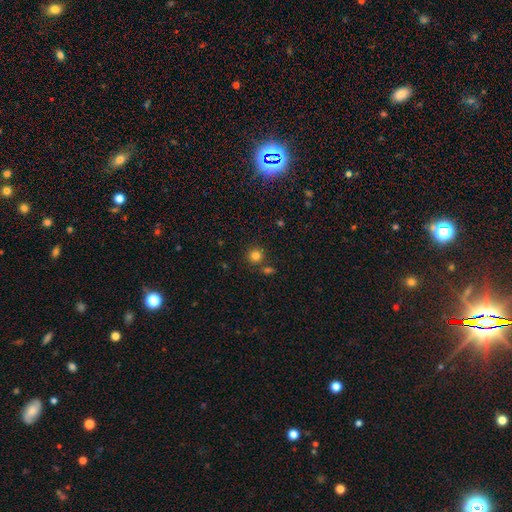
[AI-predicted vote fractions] Morphology: type=smooth (81%); roundness=round (92%); merging=none (78%).